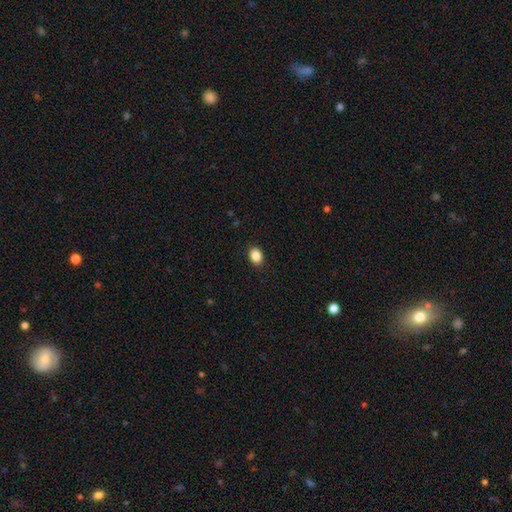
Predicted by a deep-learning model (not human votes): This is clearly a smooth galaxy (87%). How rounded: likely in between (64%). Merging: clearly none (90%).